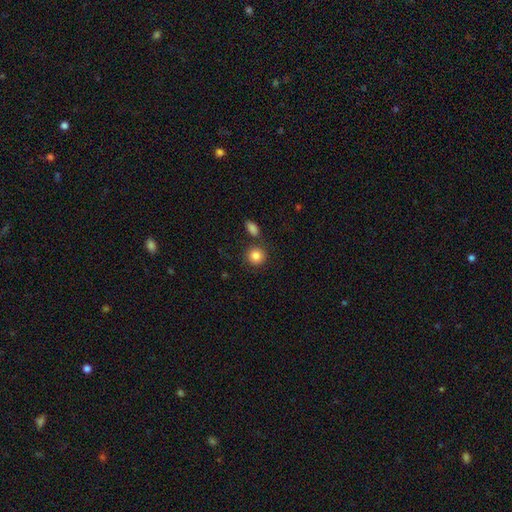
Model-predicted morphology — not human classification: Smooth or featured? smooth (85%)
How rounded? round (89%)
Merging? none (76%)